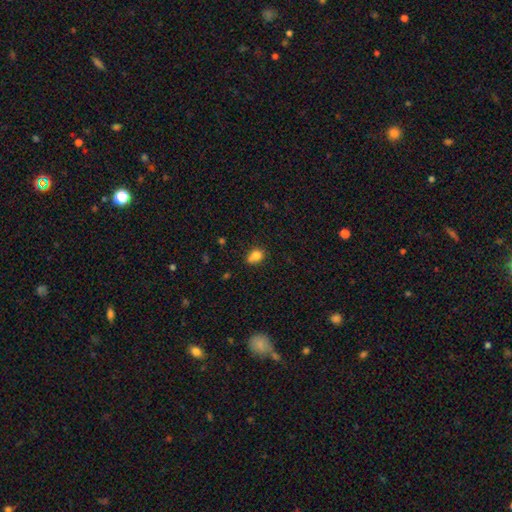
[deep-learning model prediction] This is clearly a smooth galaxy (81%). How rounded: possibly in between (58%). Merging: possibly none (58%).